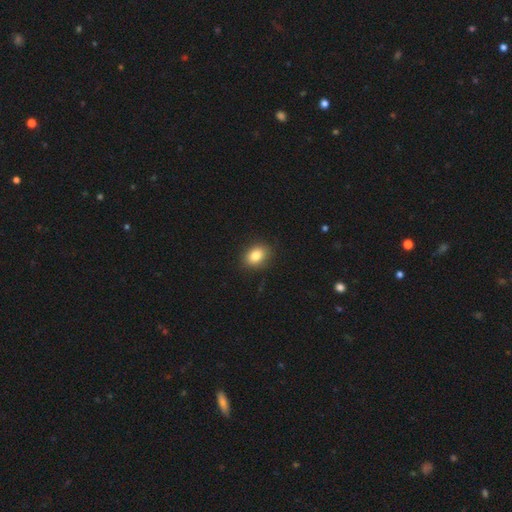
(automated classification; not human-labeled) This is clearly a smooth galaxy (83%). How rounded: likely in between (67%). Merging: clearly none (88%).